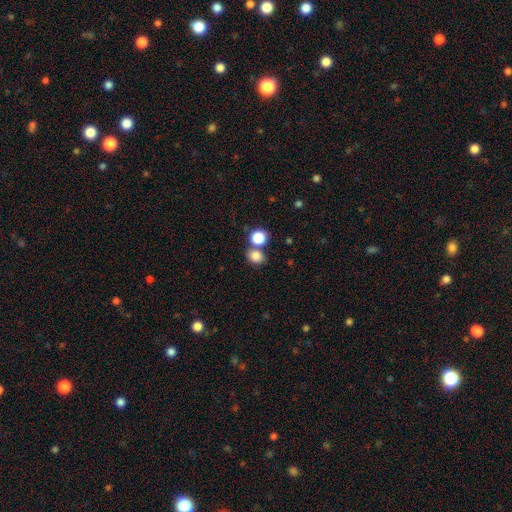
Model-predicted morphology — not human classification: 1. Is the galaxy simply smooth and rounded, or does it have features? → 81% smooth, 12% star or artifact, 6% featured or disk.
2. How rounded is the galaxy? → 65% round, 34% in between, 1% cigar-shaped.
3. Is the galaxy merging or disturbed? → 57% none, 31% merger, 9% minor disturbance, 3% major disturbance.